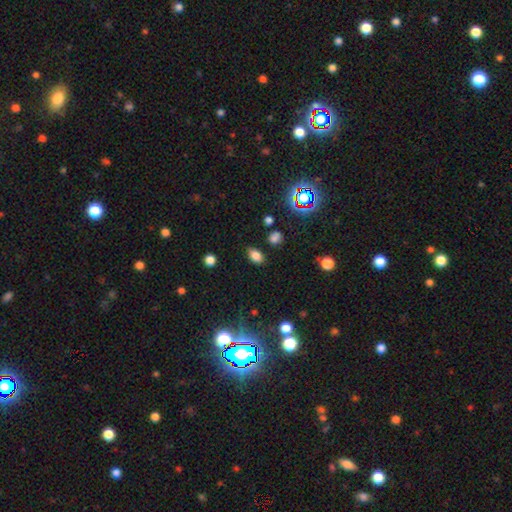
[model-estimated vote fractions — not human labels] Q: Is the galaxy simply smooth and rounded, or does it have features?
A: smooth — 80%.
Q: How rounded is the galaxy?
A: in between — 84%.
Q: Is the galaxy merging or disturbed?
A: none — 80%.